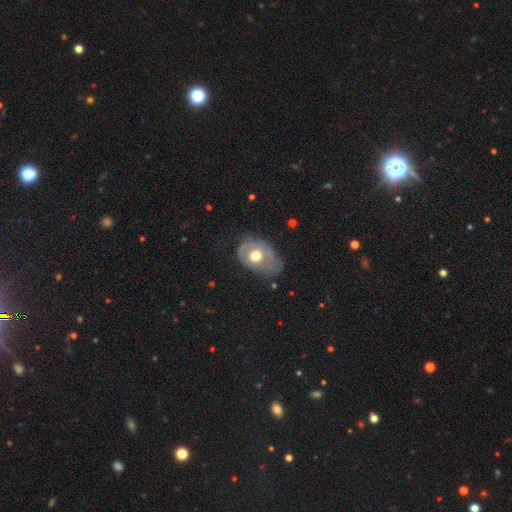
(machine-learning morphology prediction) The model was most divided on "merging": none: 40%, minor disturbance: 34%, major disturbance: 24%, merger: 2%. More confident: edge-on disk — no (94%); bar — no (84%); bulge size — moderate (60%); spiral arms — no (58%); smooth or featured — featured or disk (56%).